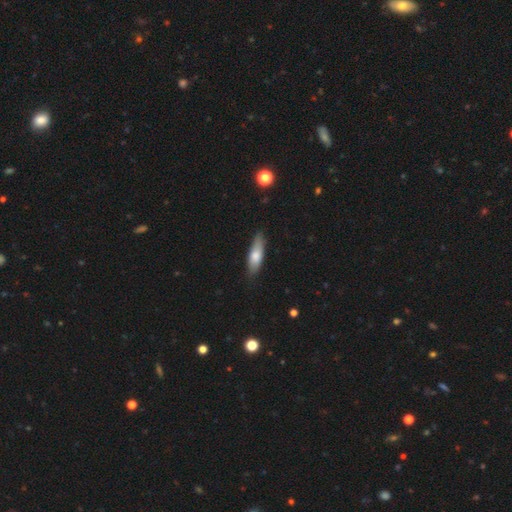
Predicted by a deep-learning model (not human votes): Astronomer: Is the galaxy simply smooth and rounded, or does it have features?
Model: smooth — 71%.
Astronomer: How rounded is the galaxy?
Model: cigar-shaped — 53% (runner-up: in between, 45%).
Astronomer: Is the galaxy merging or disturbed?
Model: none — 81%.